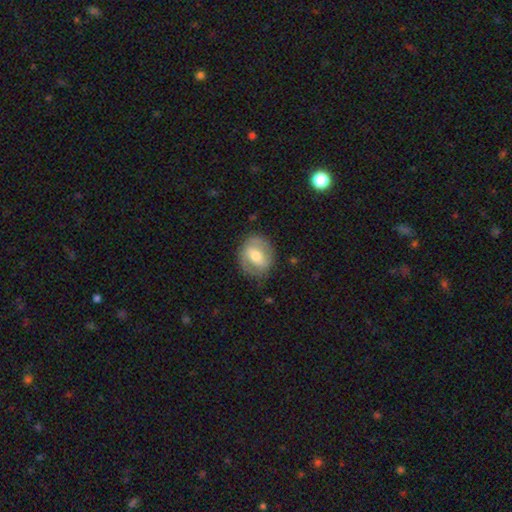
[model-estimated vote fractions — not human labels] Smooth or featured? Predicted: featured or disk (p=0.54). Edge-on disk? Predicted: no (p=0.96). Bar? Predicted: weak (p=0.43). Spiral arms? Predicted: yes (p=0.64). Bulge size? Predicted: moderate (p=0.67). Merging? Predicted: none (p=0.75).